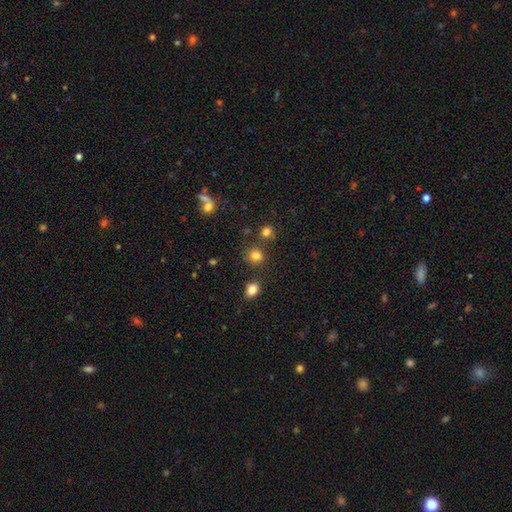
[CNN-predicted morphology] This is likely a smooth galaxy (80%). How rounded: clearly round (81%). Merging: likely none (76%).